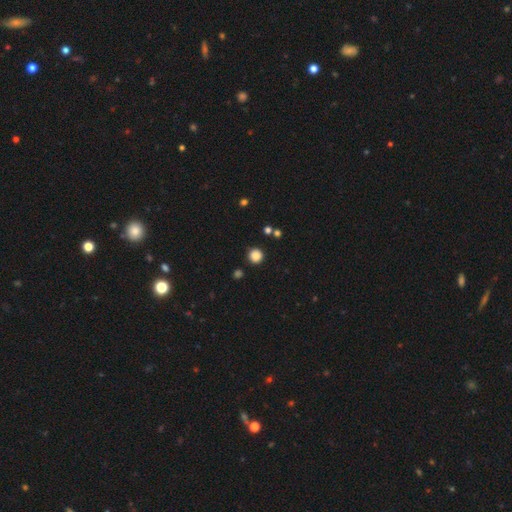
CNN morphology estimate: type=smooth (85%); roundness=round (95%); merging=none (88%).